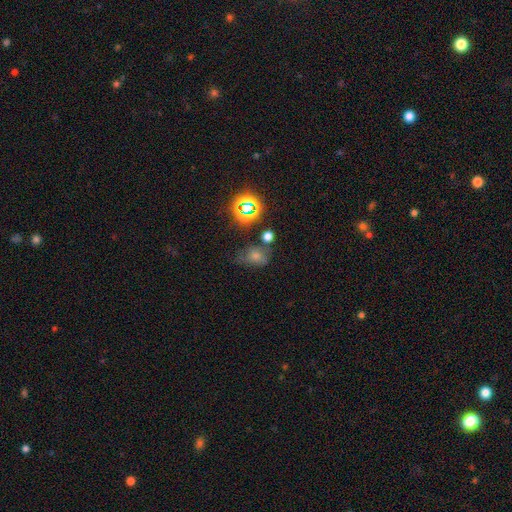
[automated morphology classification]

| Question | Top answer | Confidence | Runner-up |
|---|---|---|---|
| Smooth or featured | smooth | 58% | star or artifact (26%) |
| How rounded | in between | 60% | round (38%) |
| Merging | none | 44% | minor disturbance (28%) |